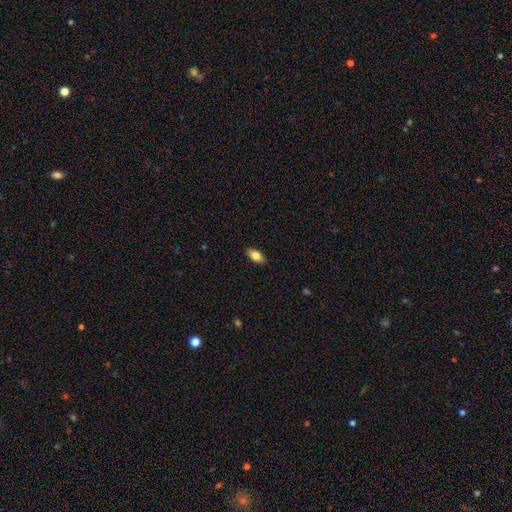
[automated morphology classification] A smooth galaxy with no disk features (81%) that is in between round and cigar-shaped (90%). Merging: none (89%).